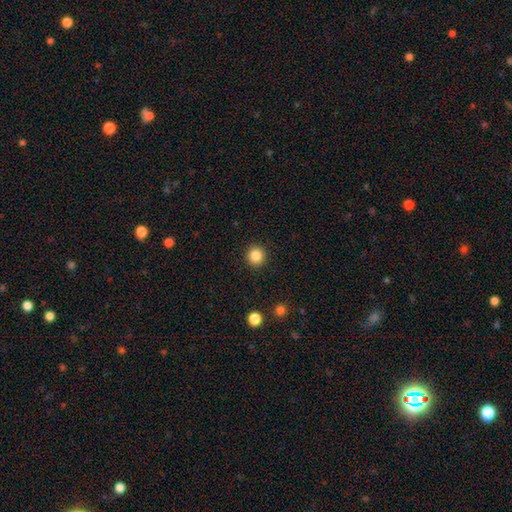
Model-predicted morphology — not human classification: Q: Smooth or featured?
A: smooth (85%); runner-up: star or artifact (11%)
Q: How rounded?
A: round (93%); runner-up: in between (6%)
Q: Merging?
A: none (92%); runner-up: minor disturbance (5%)